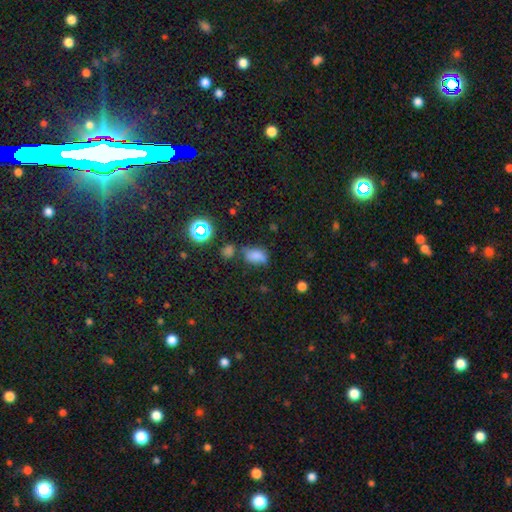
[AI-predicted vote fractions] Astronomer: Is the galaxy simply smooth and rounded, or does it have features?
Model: smooth — 71%.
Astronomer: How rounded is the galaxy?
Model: in between — 84%.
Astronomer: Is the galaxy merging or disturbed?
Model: none — 50% (runner-up: minor disturbance, 25%).